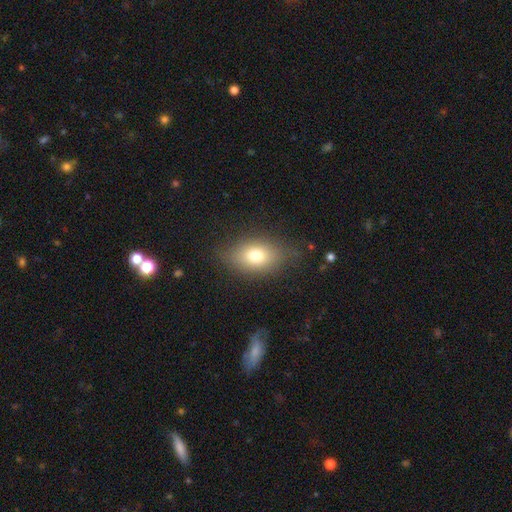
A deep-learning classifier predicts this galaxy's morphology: Smooth or featured? smooth (74%)
How rounded? in between (80%)
Merging? none (76%)